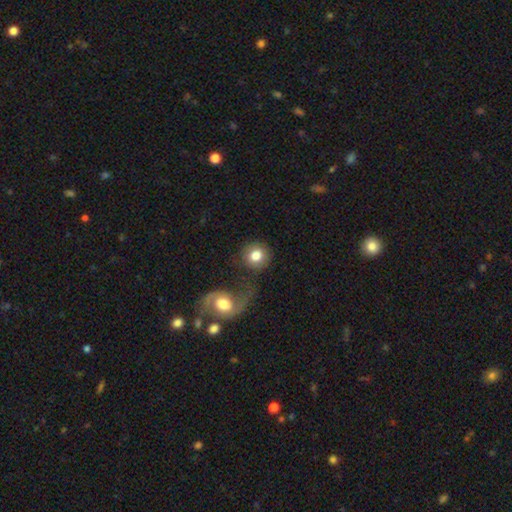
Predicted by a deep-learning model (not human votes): A smooth galaxy with no disk features (80%) that is round (86%). Merging: none (64%).